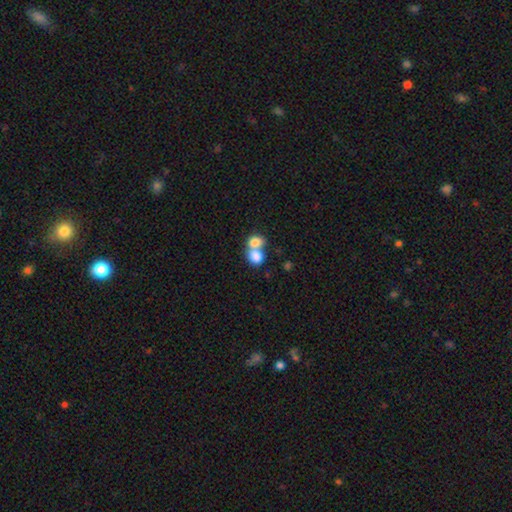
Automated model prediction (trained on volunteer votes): smooth-or-featured: smooth: 79% | featured or disk: 12% | star or artifact: 9%
  how-rounded: round: 51% | in between: 48% | cigar-shaped: 1%
  merging: merger: 67% | none: 24% | minor disturbance: 6% | major disturbance: 4%